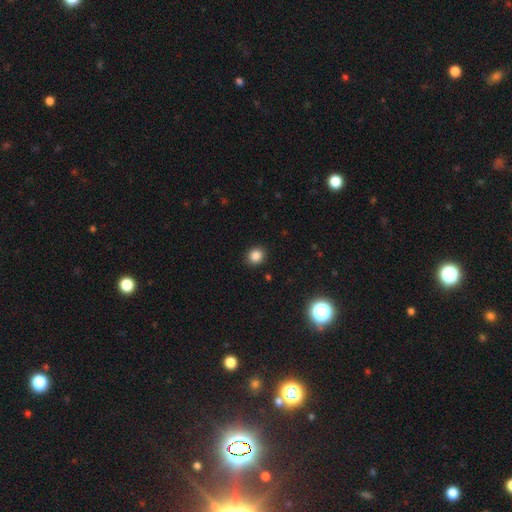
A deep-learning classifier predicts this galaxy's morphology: Q: Smooth or featured?
A: smooth (85%); runner-up: star or artifact (11%)
Q: How rounded?
A: round (81%); runner-up: in between (18%)
Q: Merging?
A: none (90%); runner-up: minor disturbance (6%)